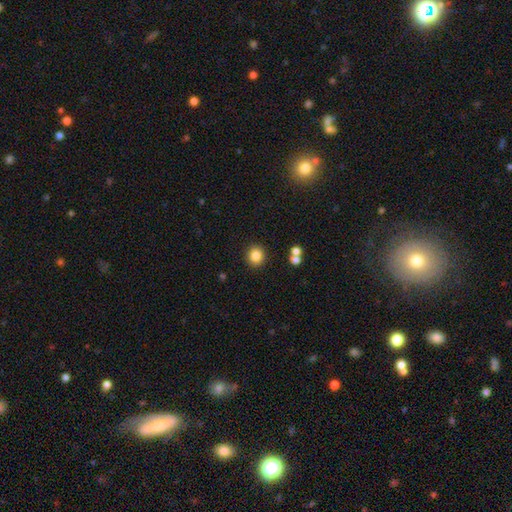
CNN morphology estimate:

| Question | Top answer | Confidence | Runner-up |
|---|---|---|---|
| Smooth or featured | smooth | 84% | star or artifact (10%) |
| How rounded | round | 85% | in between (14%) |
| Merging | none | 89% | minor disturbance (6%) |